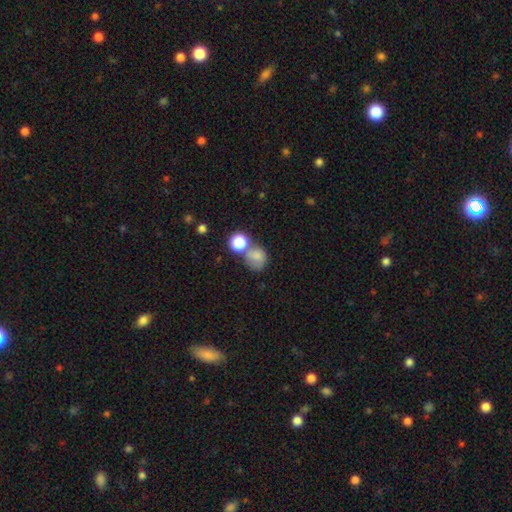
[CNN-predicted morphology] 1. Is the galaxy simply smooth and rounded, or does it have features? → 76% smooth, 12% star or artifact, 12% featured or disk.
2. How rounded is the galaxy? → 69% round, 30% in between, 1% cigar-shaped.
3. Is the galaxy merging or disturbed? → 41% merger, 34% none, 14% minor disturbance, 10% major disturbance.